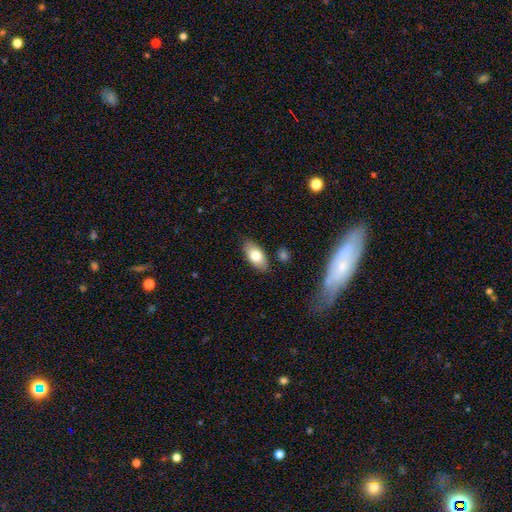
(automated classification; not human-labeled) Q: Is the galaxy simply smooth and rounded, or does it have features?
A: smooth — 76%.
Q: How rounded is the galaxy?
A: in between — 91%.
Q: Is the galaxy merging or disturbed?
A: none — 83%.